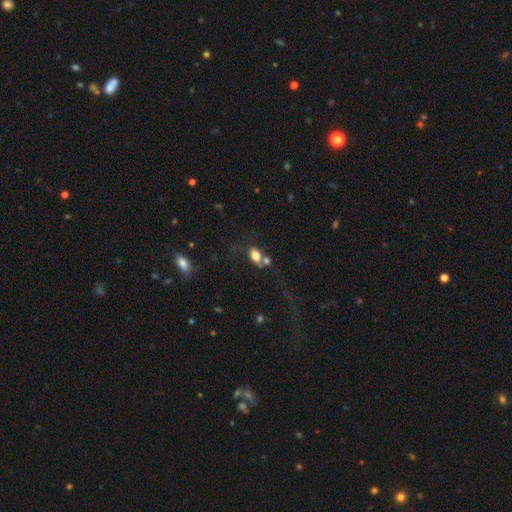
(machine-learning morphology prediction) A smooth galaxy with no disk features (77%) that is in between round and cigar-shaped (84%). Merging: none (39%).